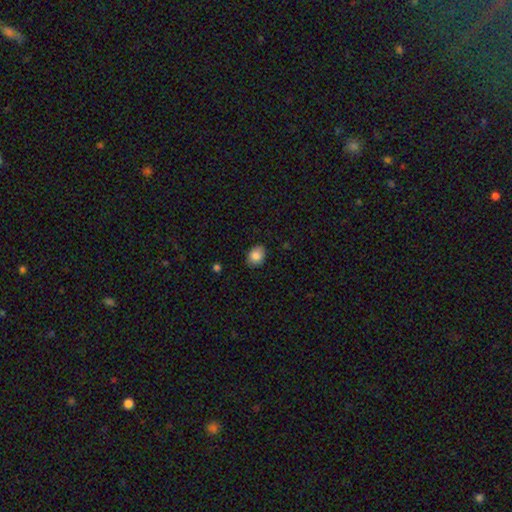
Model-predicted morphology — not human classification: type=smooth (86%); roundness=in between (65%); merging=none (83%).